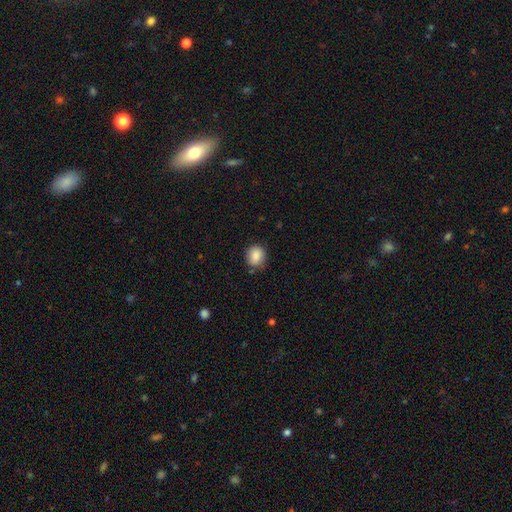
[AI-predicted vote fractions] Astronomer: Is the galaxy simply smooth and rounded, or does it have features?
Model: smooth — 86%.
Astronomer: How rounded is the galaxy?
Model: round — 70%.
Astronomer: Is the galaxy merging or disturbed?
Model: none — 78%.